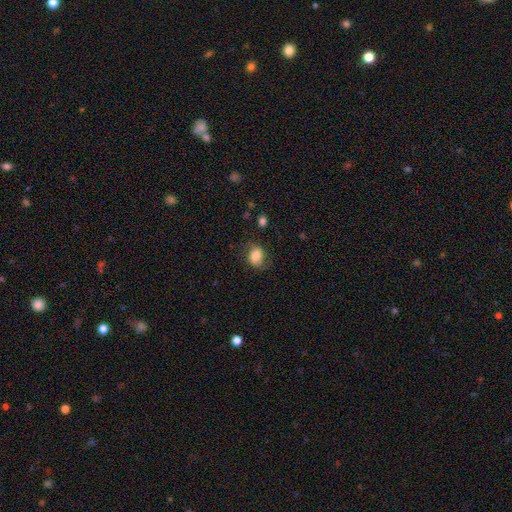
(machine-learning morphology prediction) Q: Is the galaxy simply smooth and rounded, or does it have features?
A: smooth — 72%.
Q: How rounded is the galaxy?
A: in between — 58%.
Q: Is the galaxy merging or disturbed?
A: none — 70%.